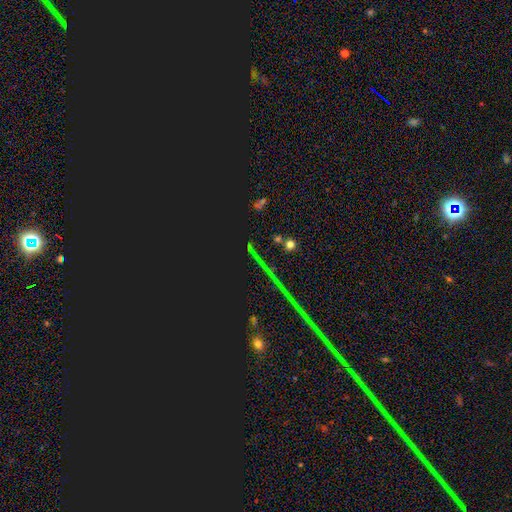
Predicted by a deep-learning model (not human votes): star or artifact 82%, smooth 10%, featured or disk 8%.